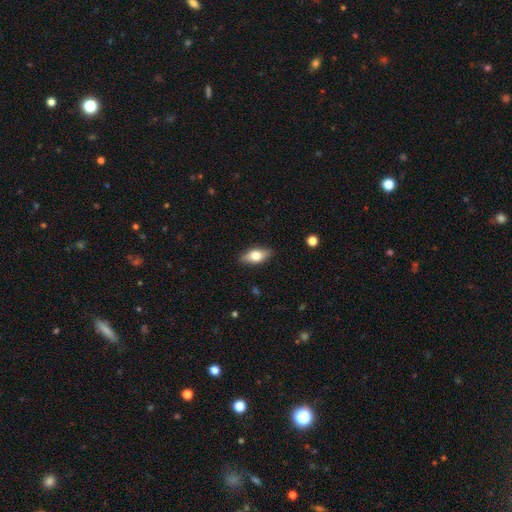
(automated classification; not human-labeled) smooth-or-featured: smooth: 68% | featured or disk: 25% | star or artifact: 7%
  how-rounded: in between: 84% | cigar-shaped: 12% | round: 5%
  merging: none: 86% | minor disturbance: 10% | major disturbance: 2% | merger: 1%